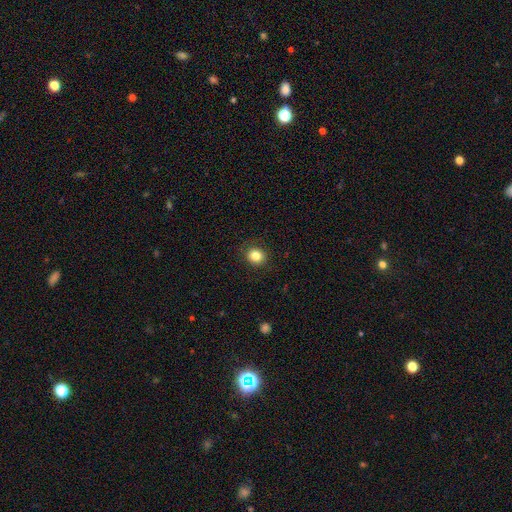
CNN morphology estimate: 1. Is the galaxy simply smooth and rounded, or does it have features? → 84% smooth, 11% star or artifact, 6% featured or disk.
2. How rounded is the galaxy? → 84% round, 15% in between, 1% cigar-shaped.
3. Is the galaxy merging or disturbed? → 90% none, 7% minor disturbance, 2% major disturbance, 1% merger.